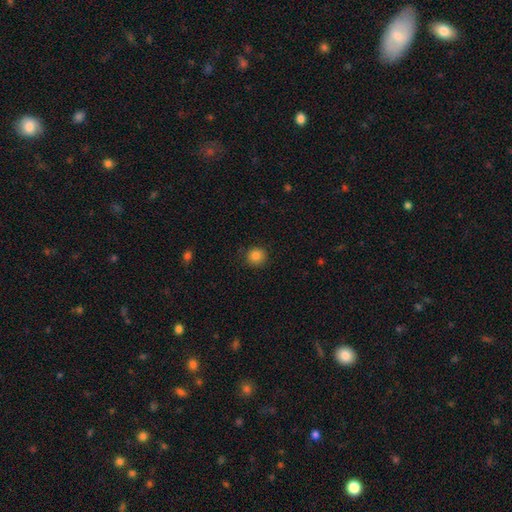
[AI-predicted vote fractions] Smooth or featured: smooth — 85% (star or artifact — 11%)
How rounded: round — 91% (in between — 8%)
Merging: none — 88% (minor disturbance — 8%)